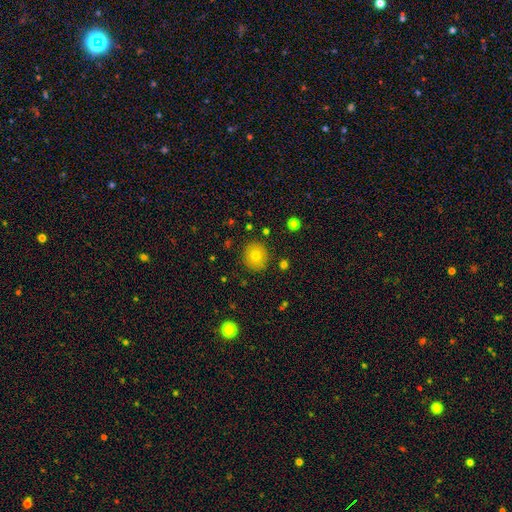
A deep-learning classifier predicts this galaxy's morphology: smooth 77%, featured or disk 12%, star or artifact 11%. Down the decision tree: how rounded — round (85%); merging — none (88%).